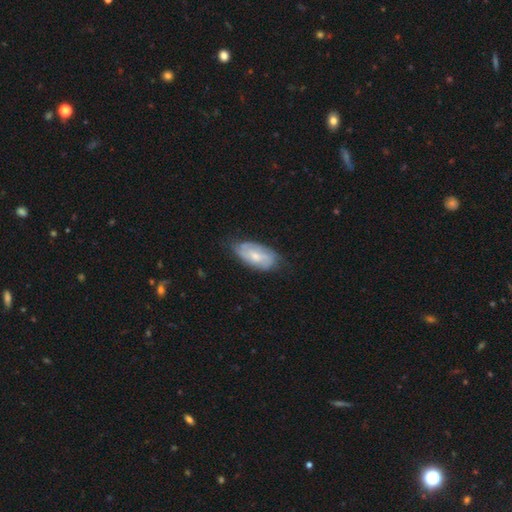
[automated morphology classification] Smooth or featured? featured or disk (50%)
Edge-on disk? no (92%)
Merging? none (64%)